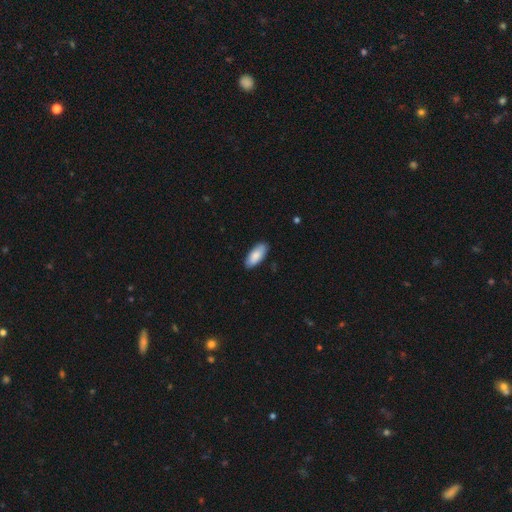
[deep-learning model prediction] A smooth galaxy with no disk features (85%) that is in between round and cigar-shaped (86%).

Vote fractions:
- Smooth or featured? smooth: 85% / featured or disk: 10% / star or artifact: 5%
- How rounded? in between: 86% / cigar-shaped: 13% / round: 2%
- Merging? none: 87% / minor disturbance: 11% / major disturbance: 2% / merger: 1%